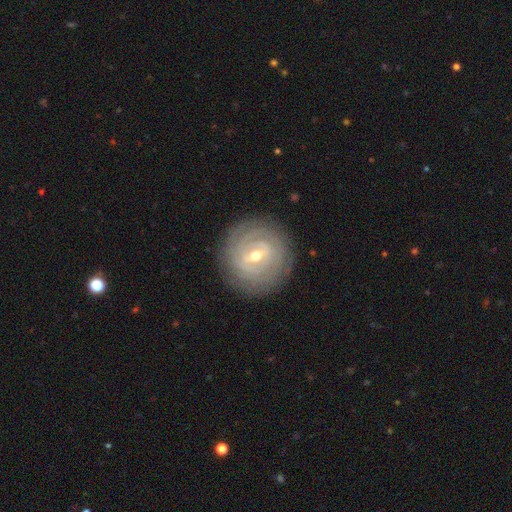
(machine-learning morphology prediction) featured or disk 85%, smooth 10%, star or artifact 5%. Down the decision tree: edge-on disk — no (96%); bar — weak (52%); spiral arms — yes (92%); spiral arm count — can't tell (41%); spiral winding — tight (87%); bulge size — moderate (55%); merging — none (86%).